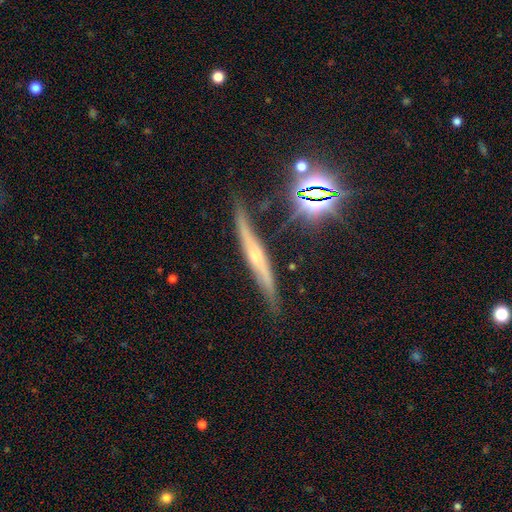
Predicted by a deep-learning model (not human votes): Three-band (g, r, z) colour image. It shows a featured or disk galaxy (65%) viewed edge-on (92%) with a rounded central bulge (68%). Merging: none (77%).